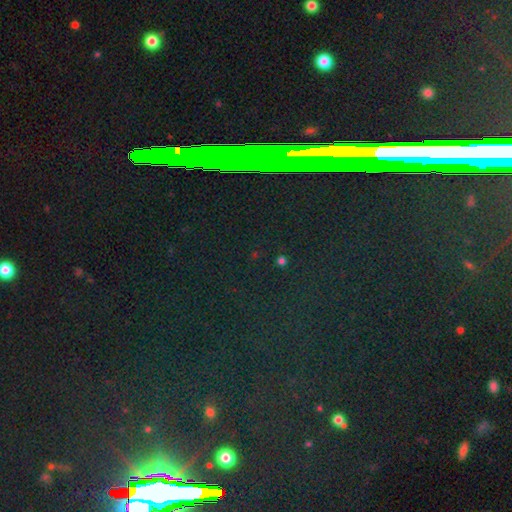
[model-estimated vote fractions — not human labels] The model was most divided on "smooth or featured": star or artifact: 83%, smooth: 9%, featured or disk: 8%.